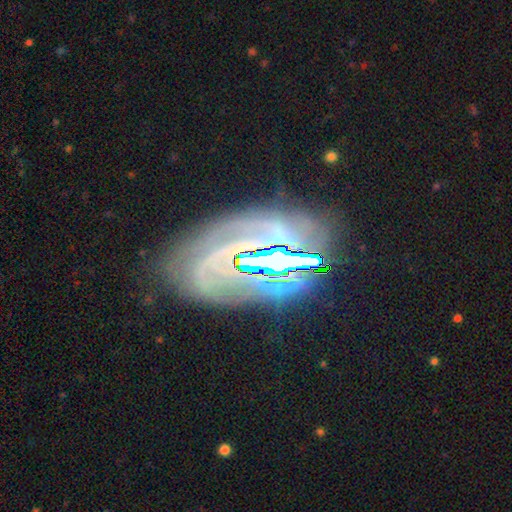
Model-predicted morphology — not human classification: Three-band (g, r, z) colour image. It shows a featured or disk galaxy (79%) with no bar (48%), 2 (28%) tight (63%) spiral arms (91%) and a moderate central bulge (39%). Merging: none (65%).